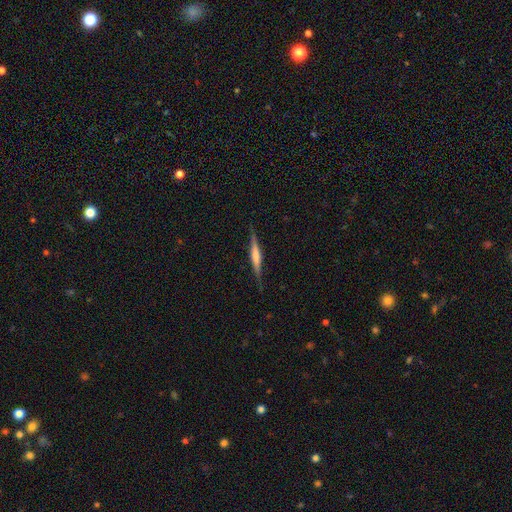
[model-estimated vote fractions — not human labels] Smooth or featured? Predicted: featured or disk (p=0.60). Edge-on disk? Predicted: yes (p=0.97). Edge-on bulge? Predicted: rounded (p=0.45). Merging? Predicted: none (p=0.86).